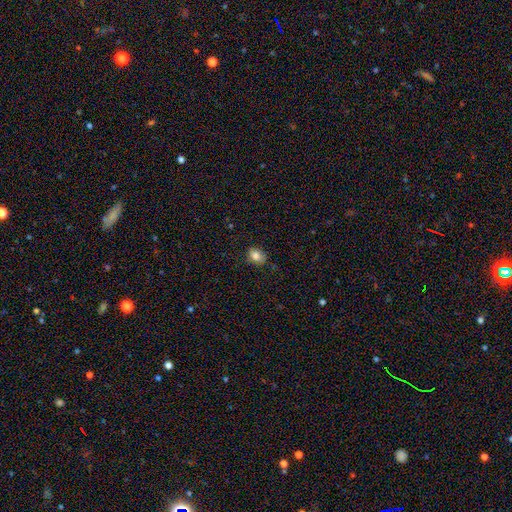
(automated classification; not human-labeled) A smooth galaxy with no disk features (83%) that is in between round and cigar-shaped (57%). Merging: none (81%).